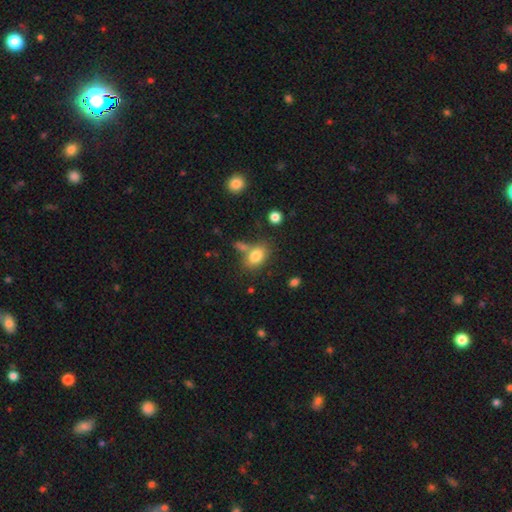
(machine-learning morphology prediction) Q: Smooth or featured?
A: smooth (81%); runner-up: featured or disk (10%)
Q: How rounded?
A: in between (81%); runner-up: round (18%)
Q: Merging?
A: none (59%); runner-up: merger (19%)